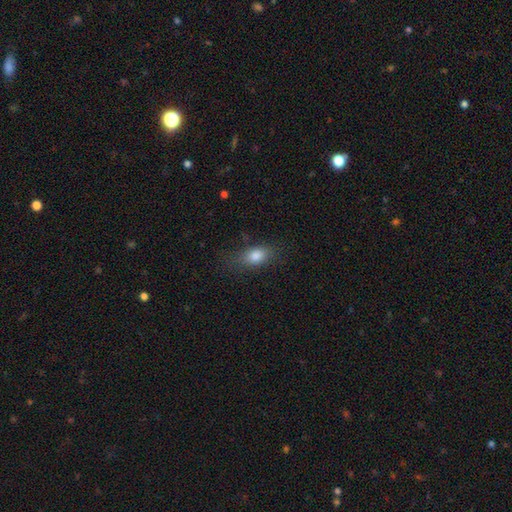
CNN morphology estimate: smooth-or-featured: smooth: 81% | featured or disk: 10% | star or artifact: 10%
  how-rounded: in between: 77% | round: 15% | cigar-shaped: 8%
  merging: none: 71% | minor disturbance: 20% | major disturbance: 8% | merger: 1%